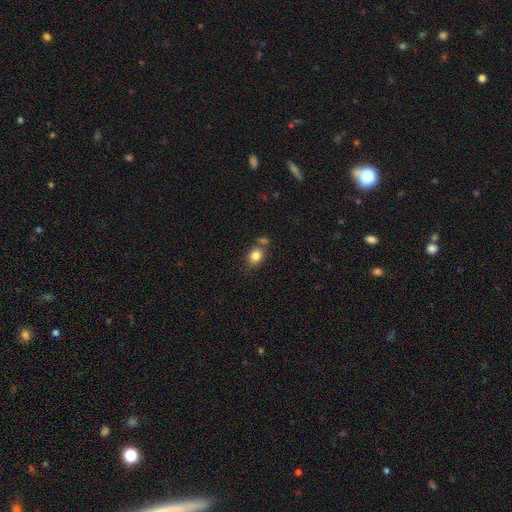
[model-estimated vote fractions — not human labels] Smooth or featured? Predicted: smooth (p=0.82). How rounded? Predicted: round (p=0.54). Merging? Predicted: none (p=0.65).